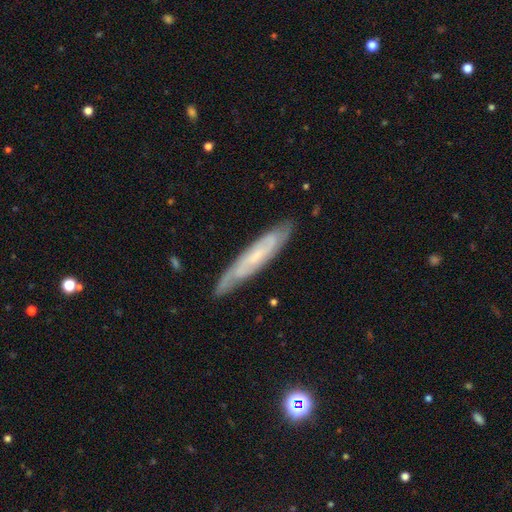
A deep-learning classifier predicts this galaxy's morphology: smooth_or_featured: featured or disk (p=0.68) [alt: smooth p=0.26]
disk_edge_on: no (p=0.54) [alt: yes p=0.46]
merging: none (p=0.81) [alt: minor disturbance p=0.15]